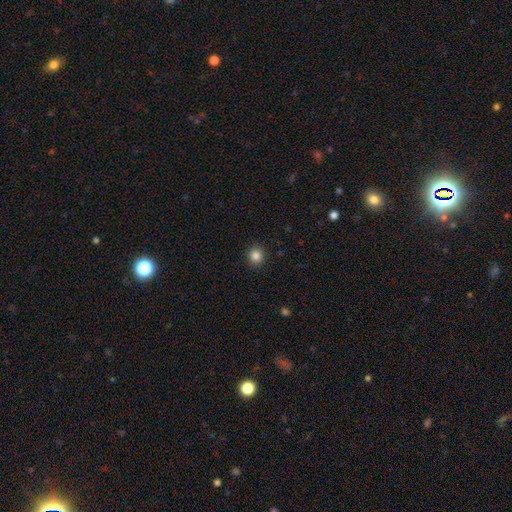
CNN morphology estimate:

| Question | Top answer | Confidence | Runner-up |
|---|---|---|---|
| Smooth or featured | smooth | 85% | star or artifact (11%) |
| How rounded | round | 88% | in between (11%) |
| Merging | none | 91% | minor disturbance (6%) |